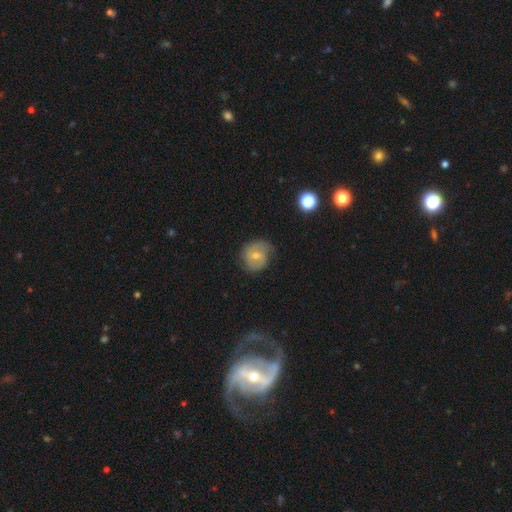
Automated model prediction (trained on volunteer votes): featured or disk 54%, smooth 39%, star or artifact 8%. Down the decision tree: edge-on disk — no (97%); bar — no (46%); spiral arms — yes (80%); bulge size — moderate (48%, tied with small); merging — none (64%).